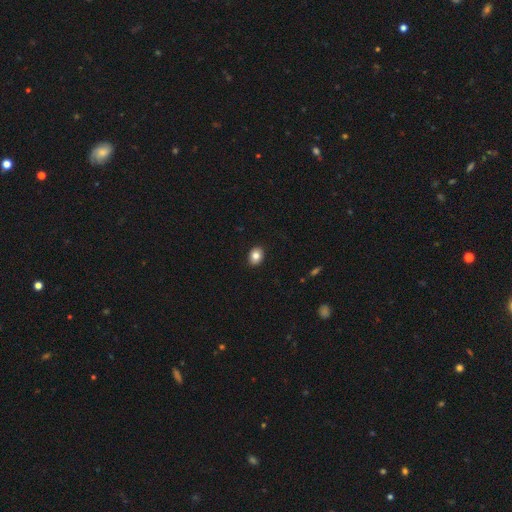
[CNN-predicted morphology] This is clearly a smooth galaxy (83%). How rounded: possibly in between (58%). Merging: clearly none (90%).